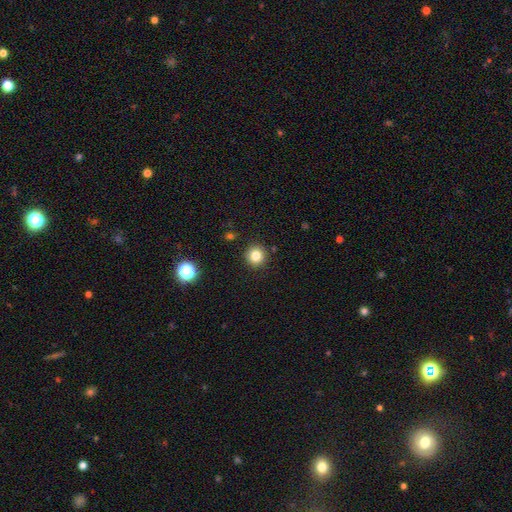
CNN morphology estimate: A smooth galaxy with no disk features (82%) that is round (93%).

Vote fractions:
- Smooth or featured? smooth: 82% / star or artifact: 12% / featured or disk: 6%
- How rounded? round: 93% / in between: 6% / cigar-shaped: 1%
- Merging? none: 91% / minor disturbance: 6% / major disturbance: 2% / merger: 2%